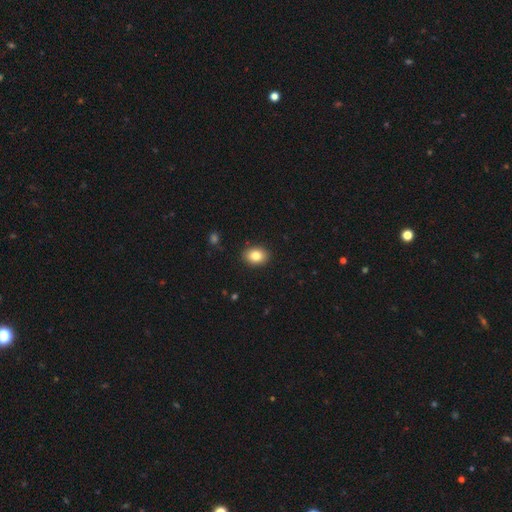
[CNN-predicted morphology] Smooth or featured: smooth — 82% (star or artifact — 9%)
How rounded: in between — 58% (round — 41%)
Merging: none — 90% (minor disturbance — 7%)